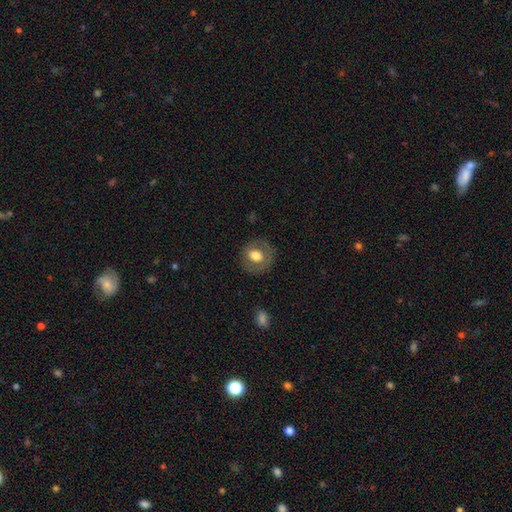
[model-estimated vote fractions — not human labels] Smooth or featured?
  - smooth: 62% *
  - featured or disk: 31%
  - star or artifact: 8%
How rounded?
  - round: 77% *
  - in between: 22%
  - cigar-shaped: 1%
Merging?
  - none: 82% *
  - minor disturbance: 12%
  - major disturbance: 5%
  - merger: 1%